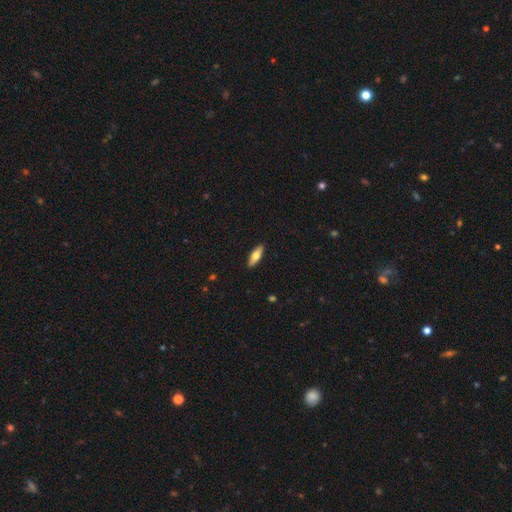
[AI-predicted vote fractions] smooth_or_featured: smooth (p=0.65) [alt: featured or disk p=0.29]
how_rounded: in between (p=0.59) [alt: cigar-shaped p=0.38]
merging: none (p=0.90) [alt: minor disturbance p=0.07]